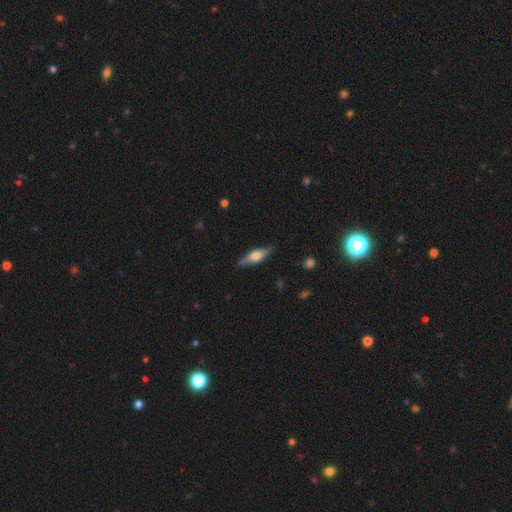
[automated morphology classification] Smooth or featured?
  - smooth: 50% *
  - featured or disk: 44%
  - star or artifact: 6%
How rounded?
  - cigar-shaped: 49% *
  - in between: 48%
  - round: 3%
Merging?
  - none: 83% *
  - minor disturbance: 13%
  - major disturbance: 3%
  - merger: 1%